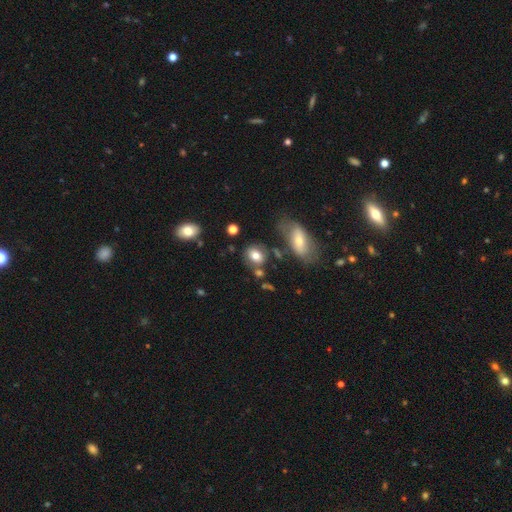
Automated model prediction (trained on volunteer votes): A smooth galaxy with no disk features (74%) that is in between round and cigar-shaped (51%). Merging: none (64%).